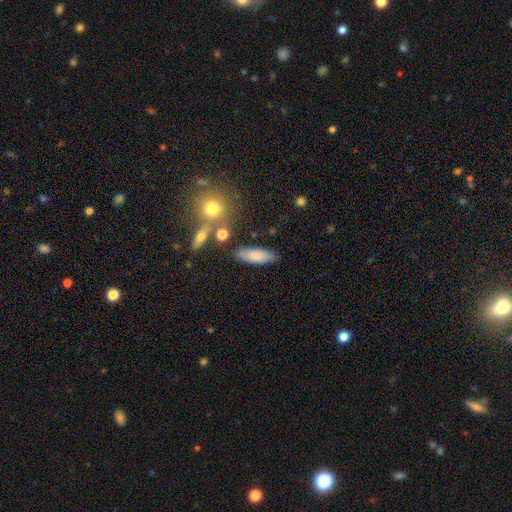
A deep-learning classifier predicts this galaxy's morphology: Overall: smooth (80%). How rounded: in between (53%; cigar-shaped 44%). Merging: none (79%).